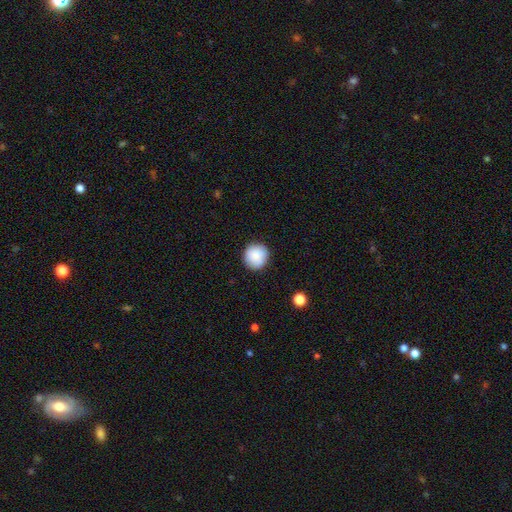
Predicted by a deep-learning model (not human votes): smooth 87%, star or artifact 8%, featured or disk 5%. Down the decision tree: how rounded — round (93%); merging — none (90%).